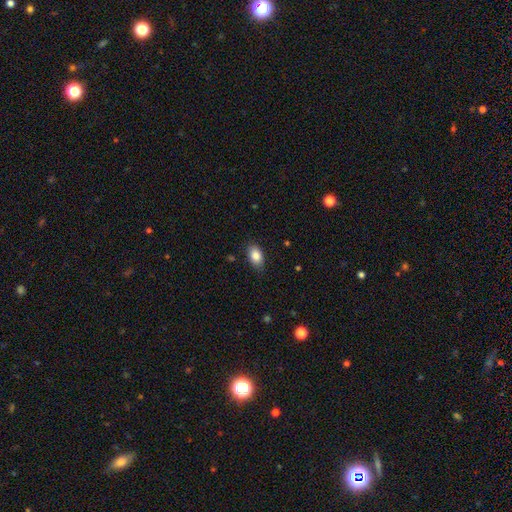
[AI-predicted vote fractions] Overall: smooth (86%). How rounded: in between (89%). Merging: none (83%).